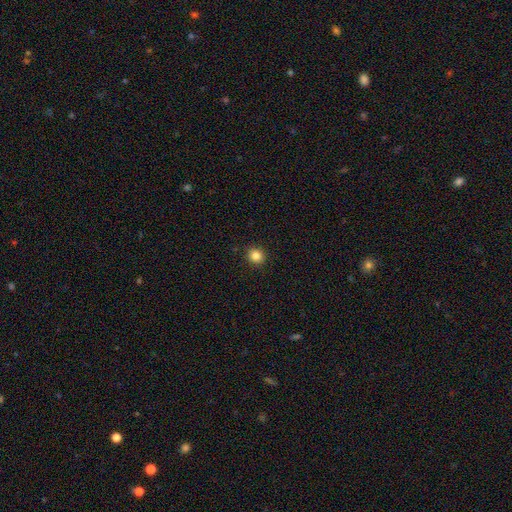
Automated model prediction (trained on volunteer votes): A smooth galaxy with no disk features (85%) that is round (91%). Merging: none (92%).